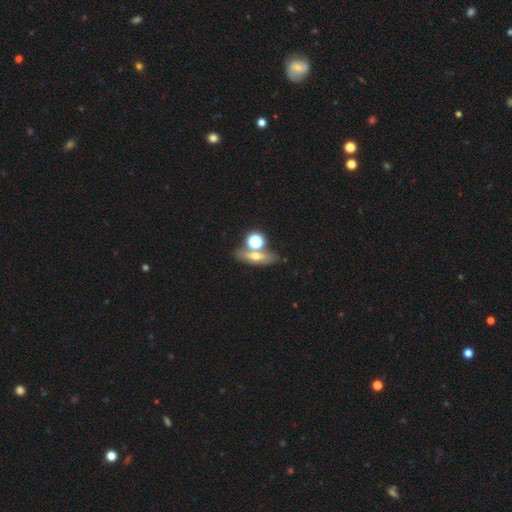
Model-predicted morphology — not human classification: Q: Smooth or featured?
A: smooth (47%); runner-up: featured or disk (34%)
Q: Merging?
A: none (62%); runner-up: merger (22%)